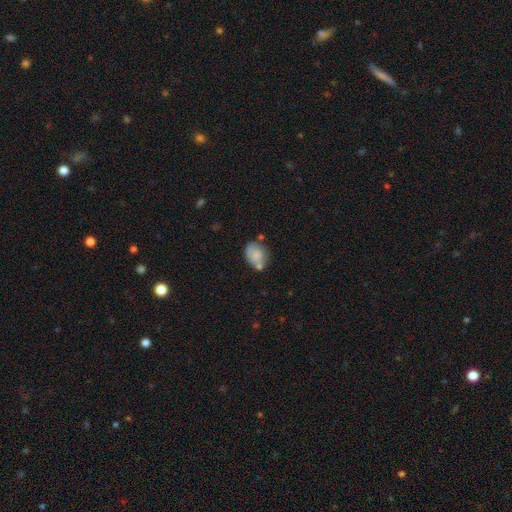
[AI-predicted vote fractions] A smooth galaxy with no disk features (74%) that is in between round and cigar-shaped (63%). Merging: none (52%).